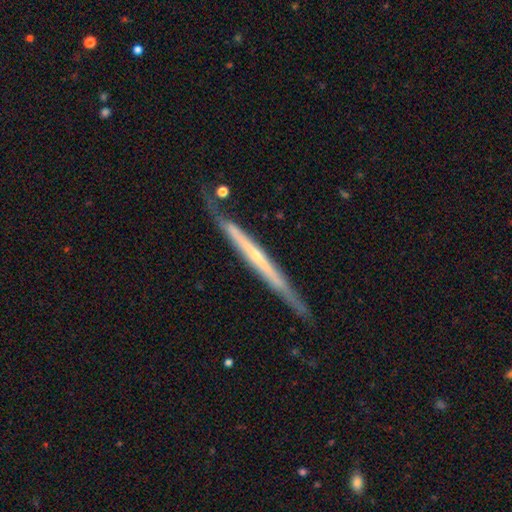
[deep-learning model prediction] Smooth or featured? featured or disk (74%)
Edge-on disk? yes (95%)
Edge-on bulge? none (65%)
Merging? none (77%)